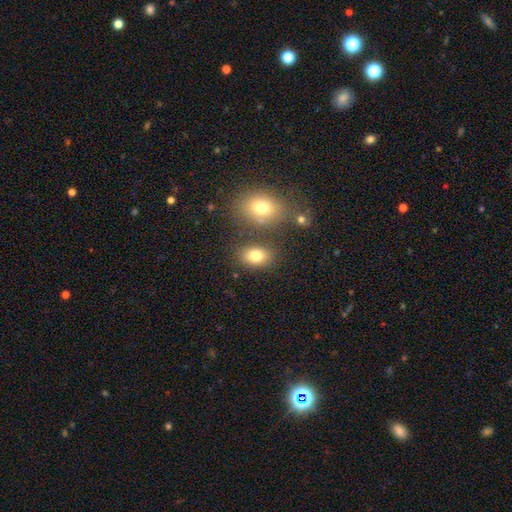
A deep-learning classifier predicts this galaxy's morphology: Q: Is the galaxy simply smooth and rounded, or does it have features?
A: smooth — 79%.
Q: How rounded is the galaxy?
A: in between — 75%.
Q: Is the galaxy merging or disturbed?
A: none — 73%.